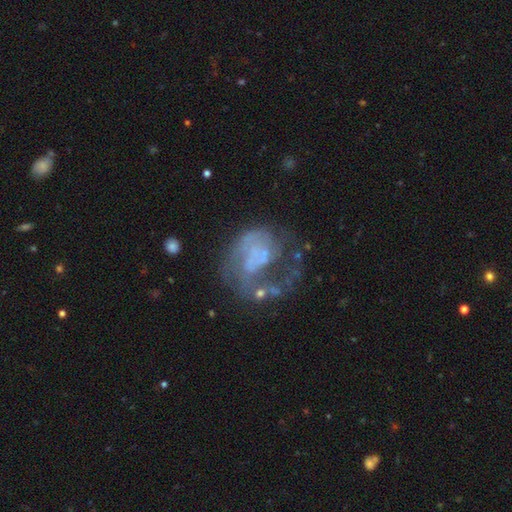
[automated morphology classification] A featured or disk galaxy (70%) with no bar (80%), spiral arms (52%) and no central bulge (68%).

Vote fractions:
- Smooth or featured? featured or disk: 70% / smooth: 19% / star or artifact: 11%
- Edge-on disk? no: 98% / yes: 2%
- Bar? no: 80% / weak: 16% / strong: 4%
- Spiral arms? yes: 52% / no: 48%
- Bulge size? none: 68% / small: 16% / moderate: 10% / large: 4% / dominant: 2%
- Merging? major disturbance: 45% / none: 30% / minor disturbance: 16% / merger: 9%